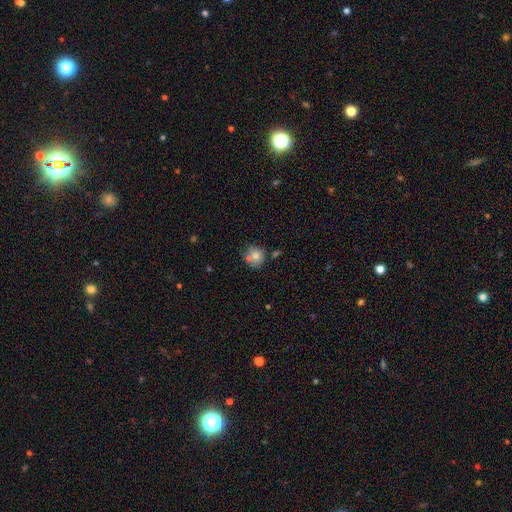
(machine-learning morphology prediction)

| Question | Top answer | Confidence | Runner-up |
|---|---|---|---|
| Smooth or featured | smooth | 76% | featured or disk (15%) |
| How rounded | round | 82% | in between (17%) |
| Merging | none | 58% | merger (20%) |